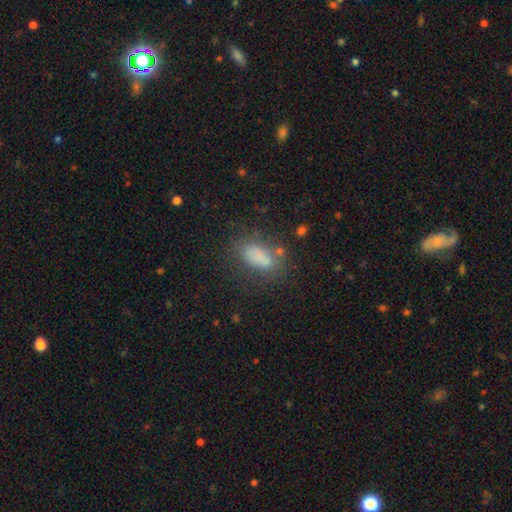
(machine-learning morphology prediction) This appears to be a smooth galaxy with no disk features (78%) that is in between round and cigar-shaped (87%). Merging: none (60%).